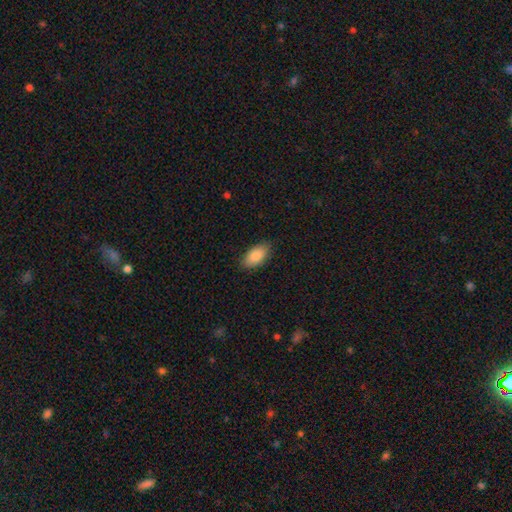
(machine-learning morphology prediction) smooth_or_featured: smooth (p=0.85) [alt: featured or disk p=0.08]
how_rounded: in between (p=0.93) [alt: cigar-shaped p=0.04]
merging: none (p=0.83) [alt: minor disturbance p=0.13]